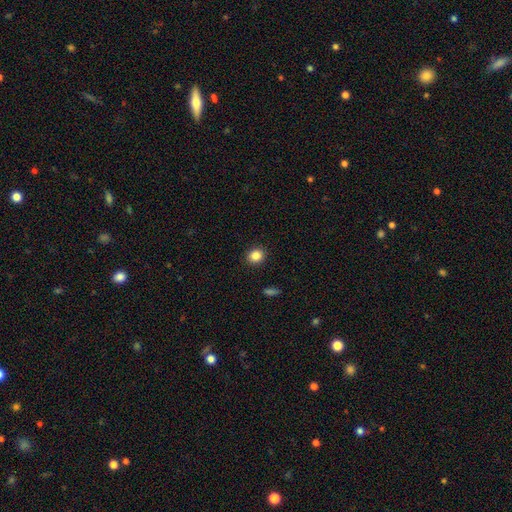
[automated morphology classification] smooth 85%, star or artifact 10%, featured or disk 5%. Down the decision tree: how rounded — round (77%); merging — none (92%).